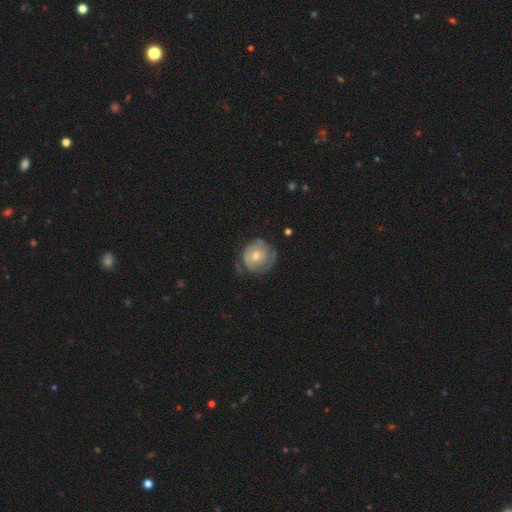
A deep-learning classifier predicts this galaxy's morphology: smooth-or-featured: featured or disk: 65% | smooth: 29% | star or artifact: 6%
  disk-edge-on: no: 97% | yes: 3%
    bar: no: 85% | weak: 13% | strong: 3%
    has-spiral-arms: yes: 76% | no: 24%
    bulge-size: moderate: 58% | small: 37% | large: 2% | none: 1% | dominant: 1%
  merging: none: 66% | minor disturbance: 22% | major disturbance: 10% | merger: 2%